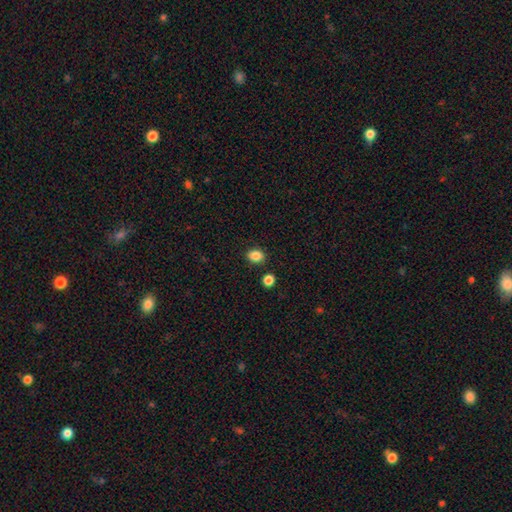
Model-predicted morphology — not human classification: Overall: smooth (86%). How rounded: in between (51%; round 48%). Merging: none (84%).